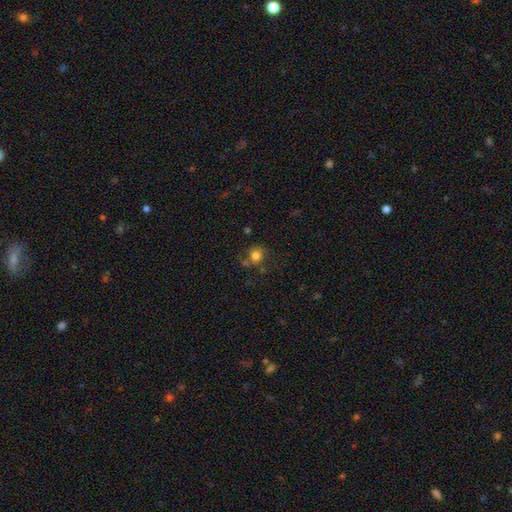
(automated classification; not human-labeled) This is likely a smooth galaxy (78%). How rounded: clearly round (84%). Merging: likely none (67%).